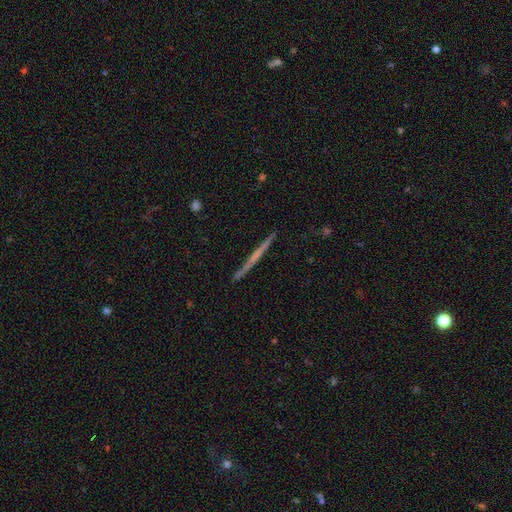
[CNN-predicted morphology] smooth-or-featured: featured or disk: 62% | smooth: 32% | star or artifact: 6%
  disk-edge-on: yes: 98% | no: 2%
    edge-on-bulge: none: 83% | rounded: 12% | boxy: 5%
  merging: none: 92% | minor disturbance: 6% | major disturbance: 1% | merger: 1%